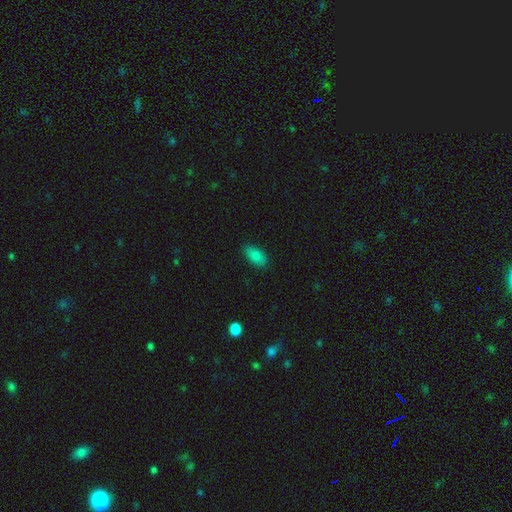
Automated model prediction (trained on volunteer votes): smooth_or_featured: smooth (p=0.84) [alt: star or artifact p=0.08]
how_rounded: in between (p=0.92) [alt: cigar-shaped p=0.04]
merging: none (p=0.86) [alt: minor disturbance p=0.10]